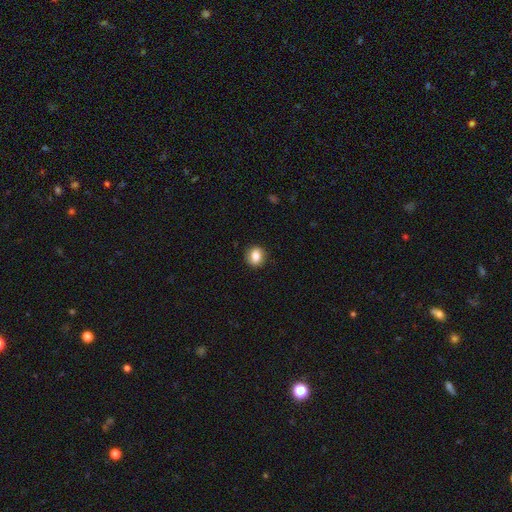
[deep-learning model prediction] Morphology: type=smooth (81%); roundness=round (70%); merging=none (87%).